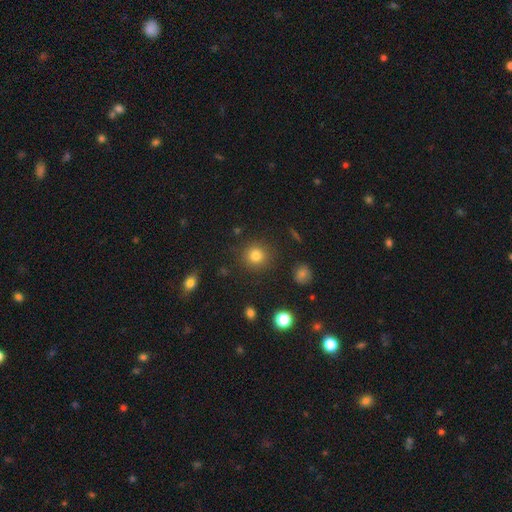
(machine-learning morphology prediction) This appears to be a smooth galaxy with no disk features (80%) that is round (92%). Merging: none (88%).